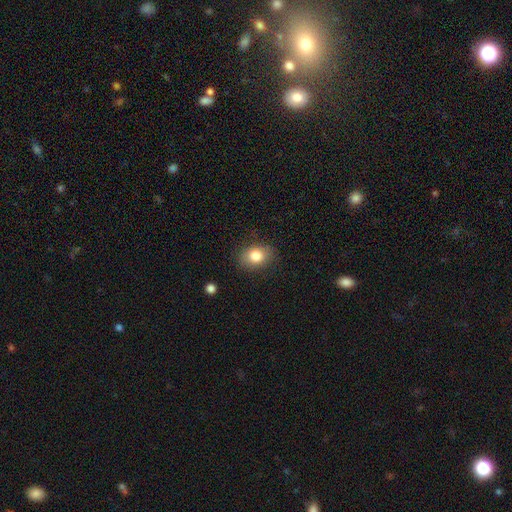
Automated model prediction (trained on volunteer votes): Smooth or featured?
  - smooth: 82% *
  - star or artifact: 9%
  - featured or disk: 9%
How rounded?
  - in between: 61% *
  - round: 38%
  - cigar-shaped: 1%
Merging?
  - none: 84% *
  - minor disturbance: 11%
  - major disturbance: 3%
  - merger: 1%